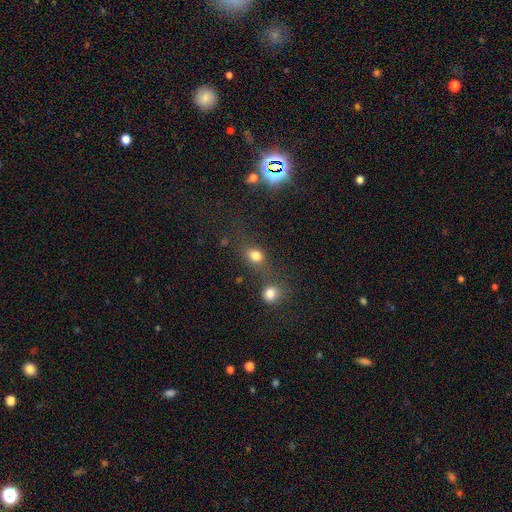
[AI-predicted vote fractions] smooth_or_featured: smooth (p=0.76) [alt: star or artifact p=0.15]
how_rounded: round (p=0.52) [alt: in between p=0.45]
merging: none (p=0.53) [alt: merger p=0.27]